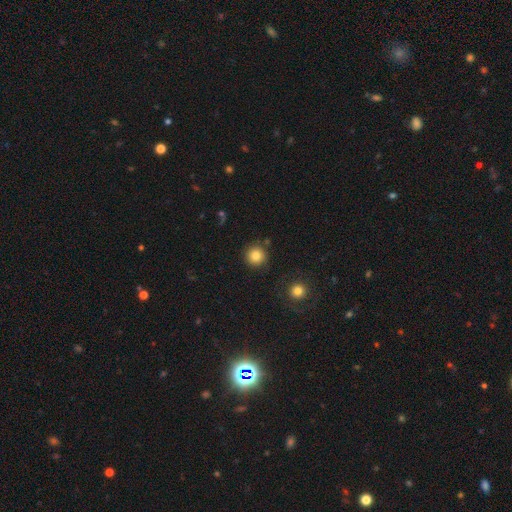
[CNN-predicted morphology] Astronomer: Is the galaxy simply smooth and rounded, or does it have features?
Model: smooth — 84%.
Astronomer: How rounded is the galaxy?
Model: round — 95%.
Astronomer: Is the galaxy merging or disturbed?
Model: none — 87%.